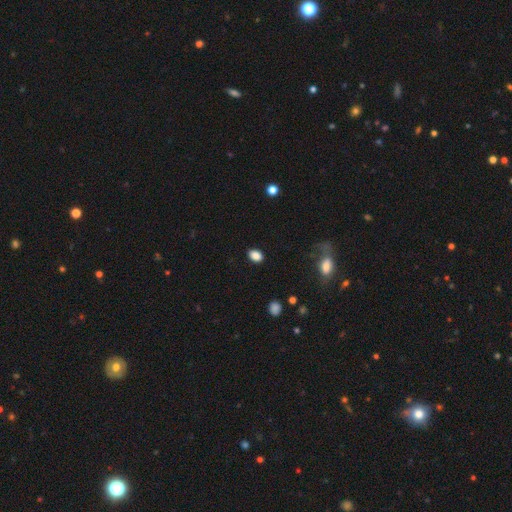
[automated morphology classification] Overall: smooth (87%). How rounded: in between (80%). Merging: none (87%).